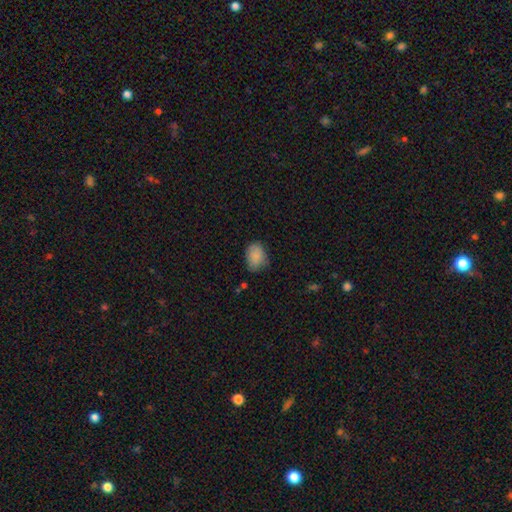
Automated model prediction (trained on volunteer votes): Morphology: type=smooth (85%); roundness=in between (72%); merging=none (64%).